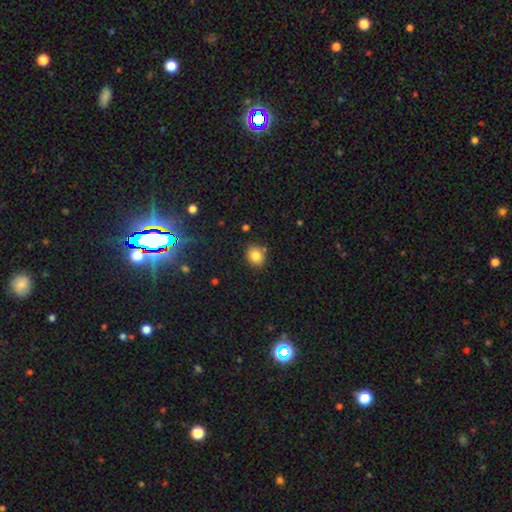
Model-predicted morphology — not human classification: Q: Smooth or featured?
A: smooth (83%); runner-up: star or artifact (11%)
Q: How rounded?
A: round (66%); runner-up: in between (34%)
Q: Merging?
A: none (81%); runner-up: minor disturbance (12%)